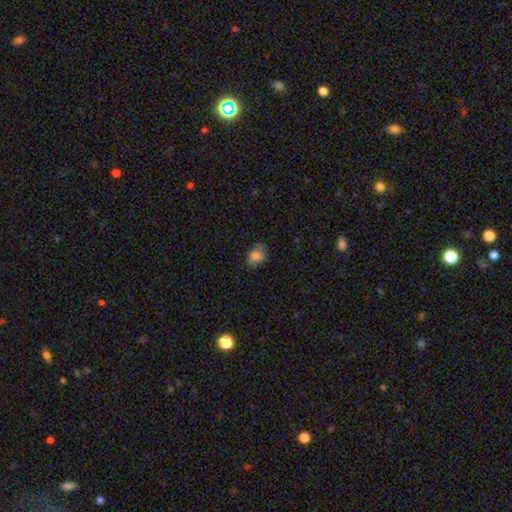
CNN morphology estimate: smooth_or_featured: smooth (p=0.77) [alt: featured or disk p=0.12]
how_rounded: in between (p=0.58) [alt: round p=0.41]
merging: none (p=0.63) [alt: minor disturbance p=0.27]